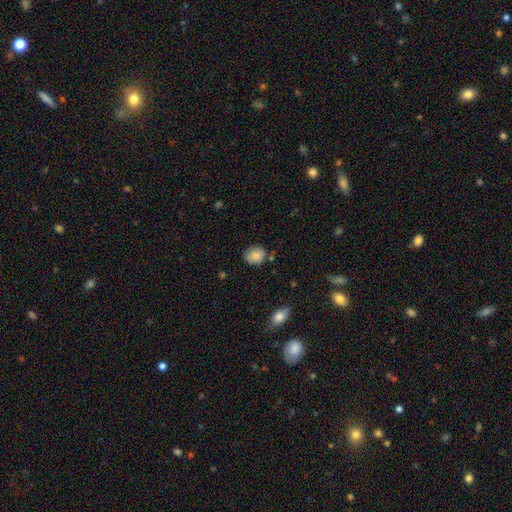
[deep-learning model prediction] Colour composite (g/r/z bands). It shows a smooth galaxy with no disk features (83%) that is round (67%). Merging: none (74%).